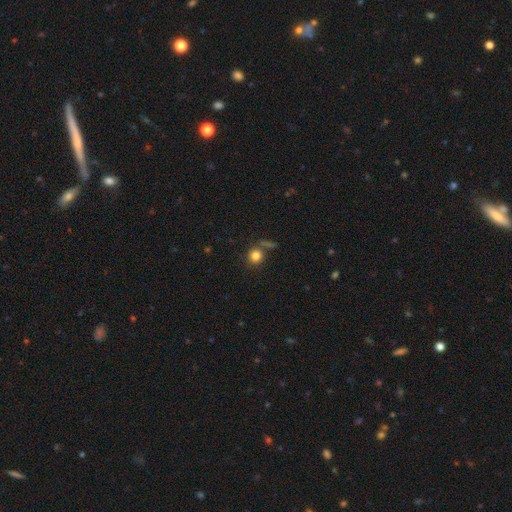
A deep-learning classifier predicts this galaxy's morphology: This is clearly a smooth galaxy (81%). How rounded: clearly round (90%). Merging: likely none (72%).